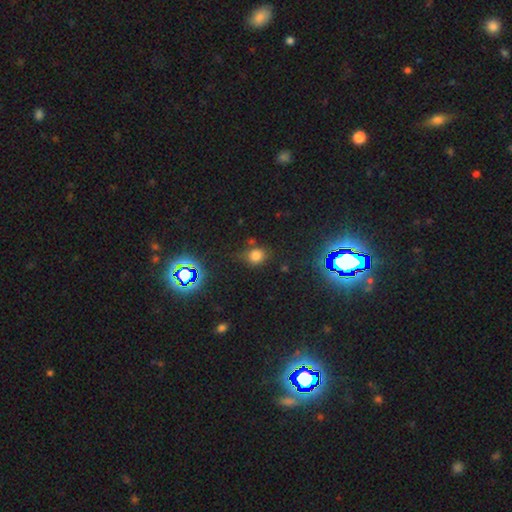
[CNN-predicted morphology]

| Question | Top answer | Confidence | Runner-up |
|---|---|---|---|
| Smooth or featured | smooth | 69% | star or artifact (24%) |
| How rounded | round | 76% | in between (23%) |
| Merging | none | 70% | minor disturbance (18%) |